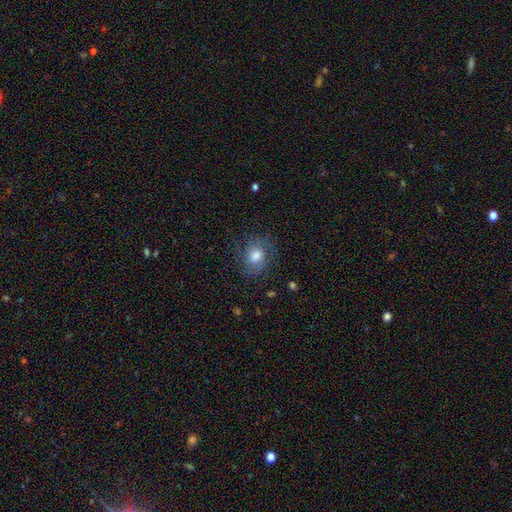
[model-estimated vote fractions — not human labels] This appears to be a smooth galaxy with no disk features (61%) that is round (60%). Merging: none (71%).